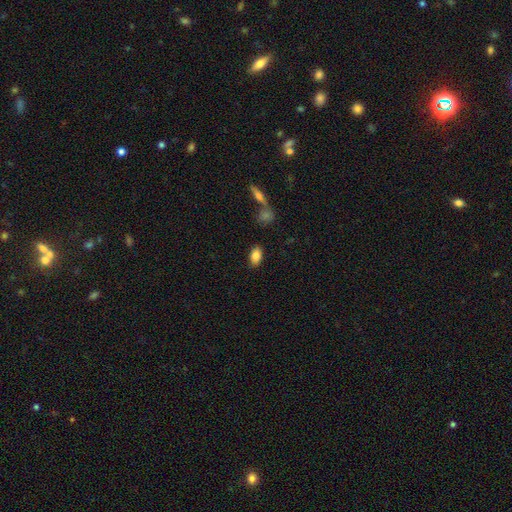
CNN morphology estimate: A smooth galaxy with no disk features (81%) that is in between round and cigar-shaped (88%). Merging: none (85%).